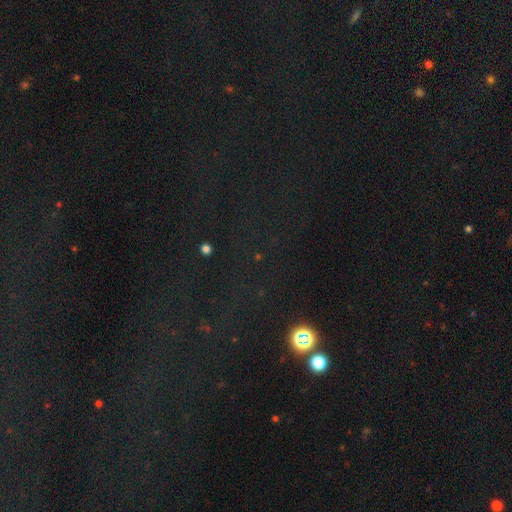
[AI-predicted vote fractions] Smooth or featured: star or artifact — 77% (smooth — 14%)